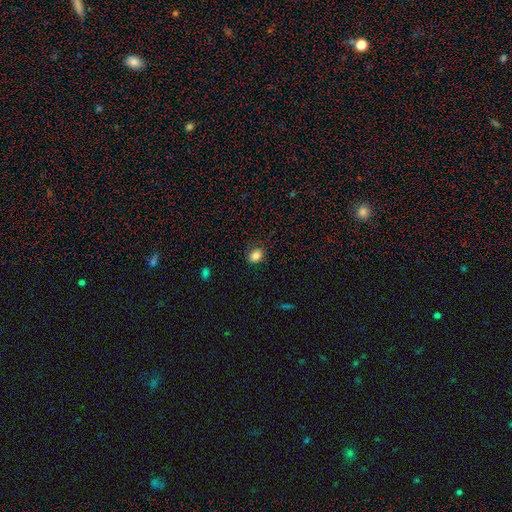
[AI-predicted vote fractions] Q: Smooth or featured?
A: smooth (84%); runner-up: star or artifact (10%)
Q: How rounded?
A: in between (56%); runner-up: round (43%)
Q: Merging?
A: none (79%); runner-up: minor disturbance (15%)